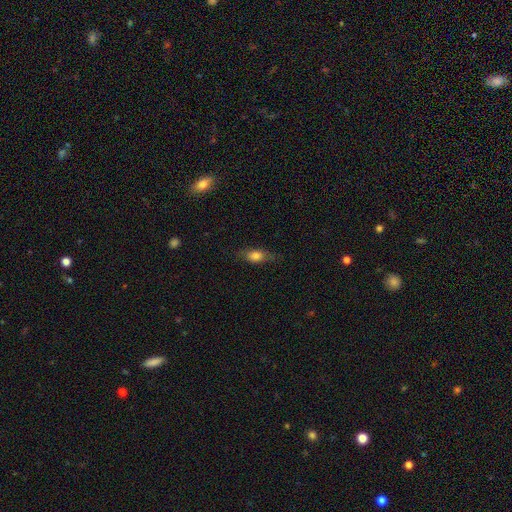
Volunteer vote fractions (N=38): A smooth galaxy with no disk features (66%) that is in between round and cigar-shaped (68%). Merging: none (85%).